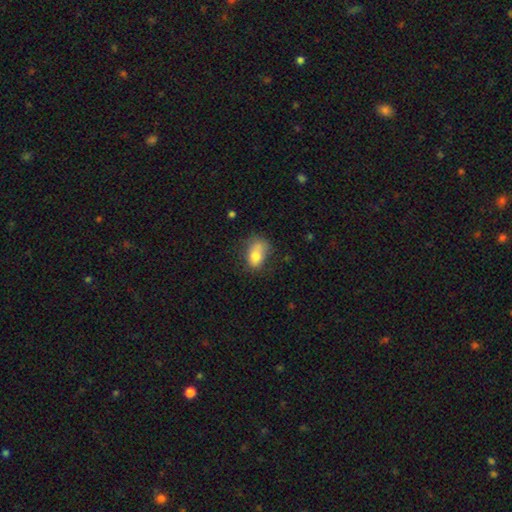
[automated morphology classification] smooth_or_featured: smooth (p=0.76) [alt: featured or disk p=0.15]
how_rounded: in between (p=0.82) [alt: round p=0.17]
merging: none (p=0.39) [alt: minor disturbance p=0.31]